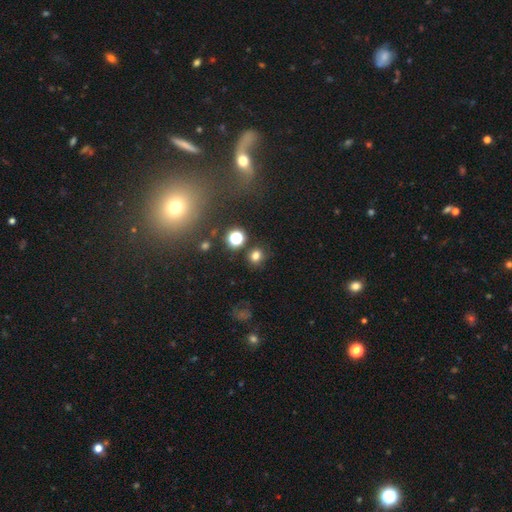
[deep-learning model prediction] Smooth or featured? smooth (75%)
How rounded? round (79%)
Merging? none (81%)